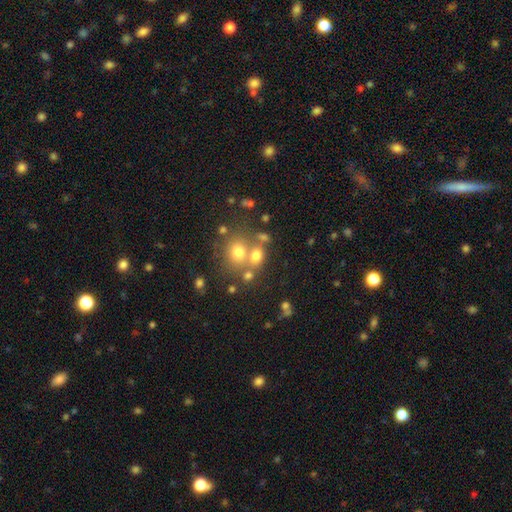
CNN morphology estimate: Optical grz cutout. It shows a smooth galaxy with no disk features (68%) that is round (62%). Merging: none (49%).